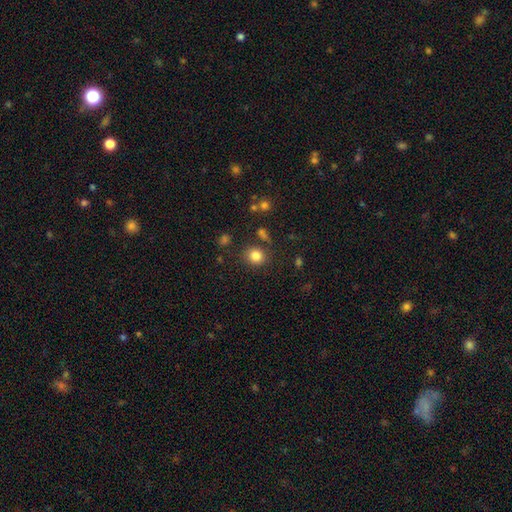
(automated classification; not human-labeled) The model was most divided on "how rounded": round: 77%, in between: 22%, cigar-shaped: 1%. More confident: smooth or featured — smooth (82%); merging — none (82%).